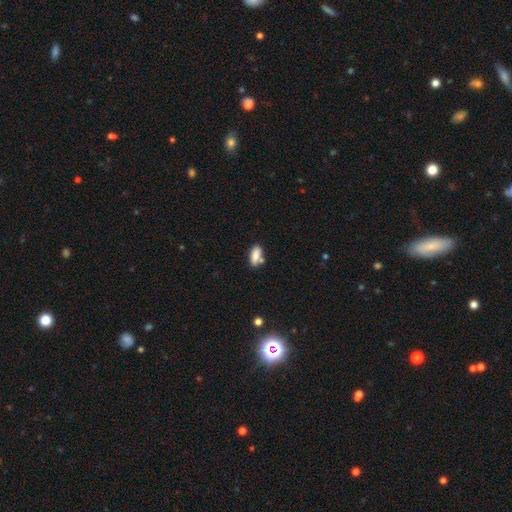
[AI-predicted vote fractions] Morphology: type=smooth (83%); roundness=in between (83%); merging=none (62%).